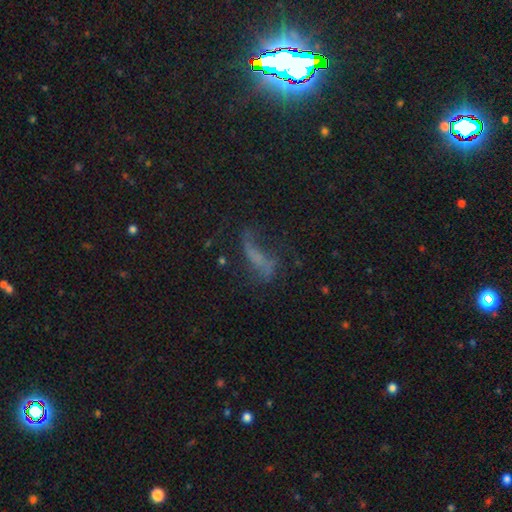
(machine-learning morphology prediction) smooth_or_featured: featured or disk (p=0.41) [alt: star or artifact p=0.37]
merging: none (p=0.51) [alt: major disturbance p=0.24]